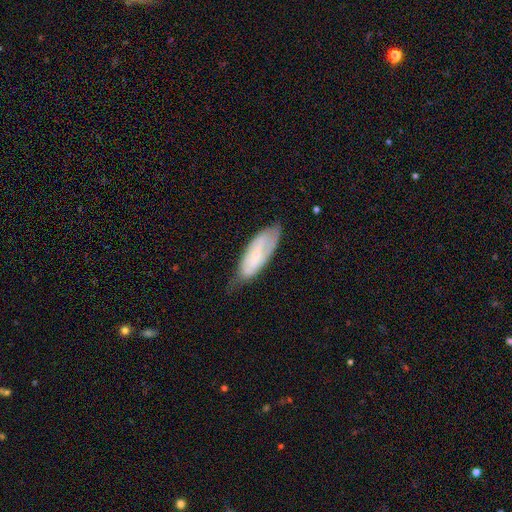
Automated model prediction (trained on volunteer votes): Smooth or featured? Predicted: featured or disk (p=0.49). Merging? Predicted: none (p=0.57).